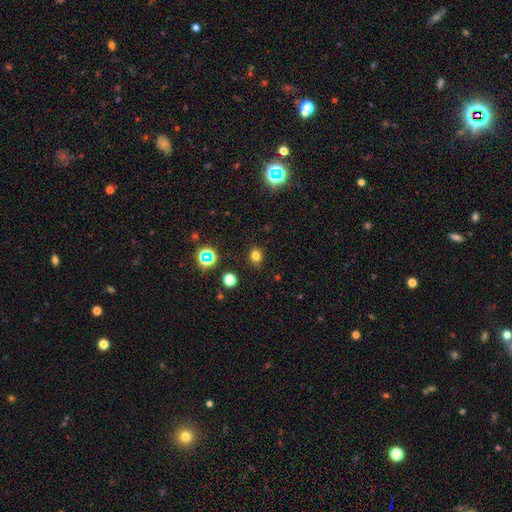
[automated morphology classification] A smooth galaxy with no disk features (76%) that is round (56%).

Vote fractions:
- Smooth or featured? smooth: 76% / star or artifact: 18% / featured or disk: 7%
- How rounded? round: 56% / in between: 43% / cigar-shaped: 1%
- Merging? none: 87% / minor disturbance: 9% / major disturbance: 3% / merger: 2%